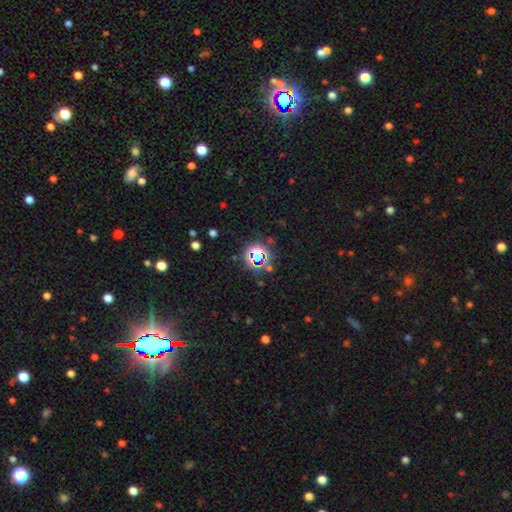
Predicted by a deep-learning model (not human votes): smooth_or_featured: star or artifact (p=0.68) [alt: smooth p=0.22]